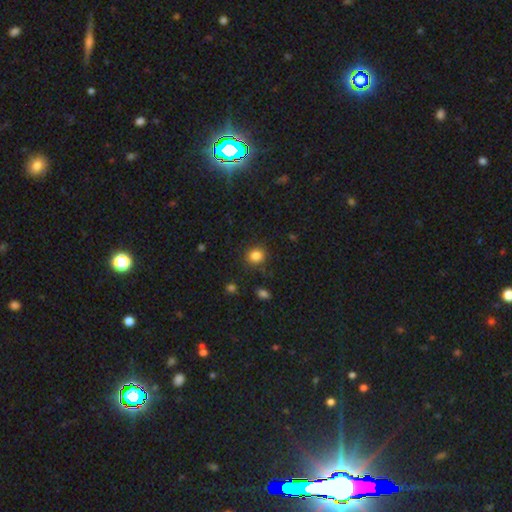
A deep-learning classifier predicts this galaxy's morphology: Smooth or featured? Predicted: smooth (p=0.84). How rounded? Predicted: round (p=0.81). Merging? Predicted: none (p=0.85).